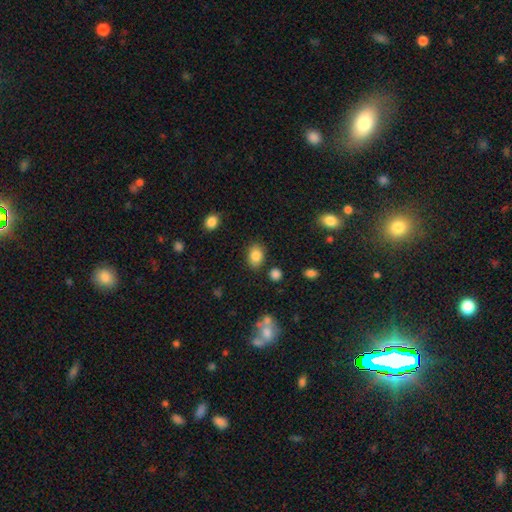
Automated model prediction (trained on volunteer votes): Overall: smooth (85%). How rounded: in between (77%). Merging: none (82%).